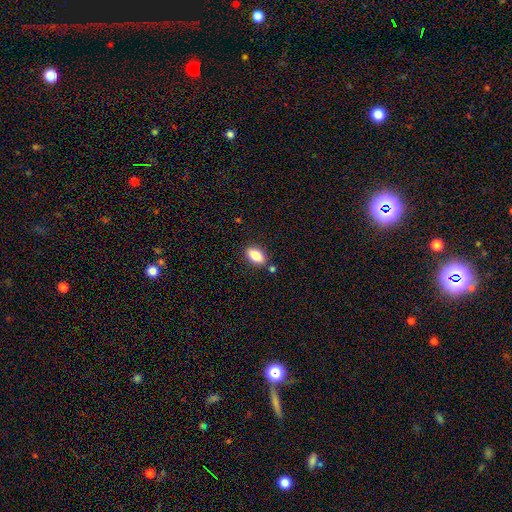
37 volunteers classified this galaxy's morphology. This is clearly a smooth galaxy (89%). How rounded: clearly in between (94%). Merging: clearly none (89%).